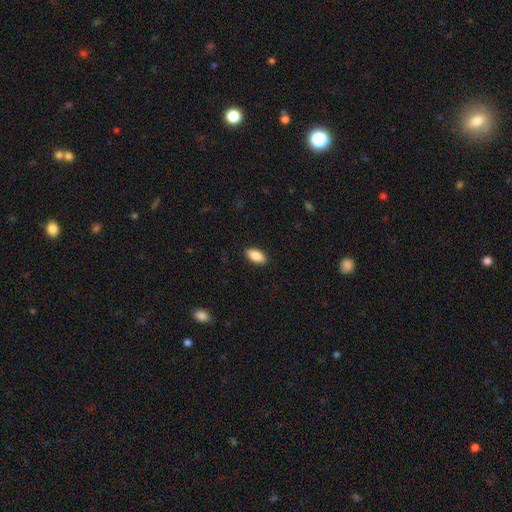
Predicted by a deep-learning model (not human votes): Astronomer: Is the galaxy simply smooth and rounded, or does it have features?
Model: smooth — 87%.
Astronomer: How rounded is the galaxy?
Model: in between — 88%.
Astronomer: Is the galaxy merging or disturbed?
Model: none — 89%.